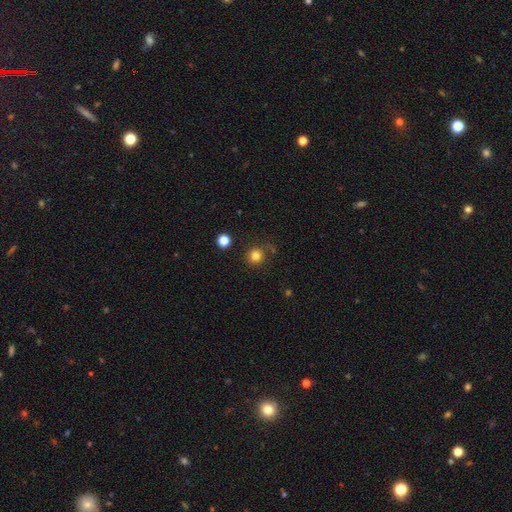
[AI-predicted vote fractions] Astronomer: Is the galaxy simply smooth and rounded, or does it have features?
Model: smooth — 80%.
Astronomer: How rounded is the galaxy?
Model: round — 93%.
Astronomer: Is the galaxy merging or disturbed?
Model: none — 81%.